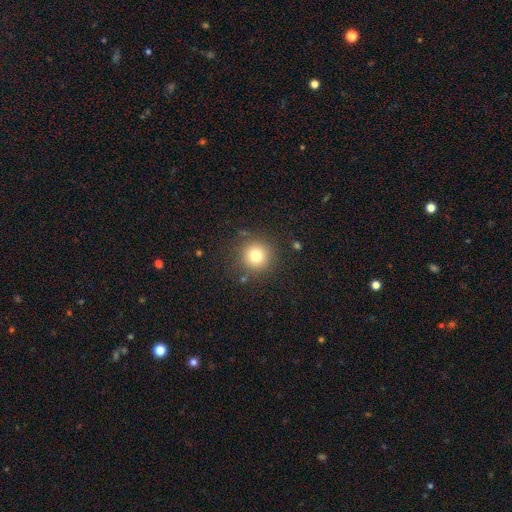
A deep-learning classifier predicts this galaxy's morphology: Smooth or featured?
  - smooth: 78% *
  - star or artifact: 13%
  - featured or disk: 9%
How rounded?
  - round: 95% *
  - in between: 4%
  - cigar-shaped: 1%
Merging?
  - none: 86% *
  - minor disturbance: 8%
  - major disturbance: 4%
  - merger: 2%